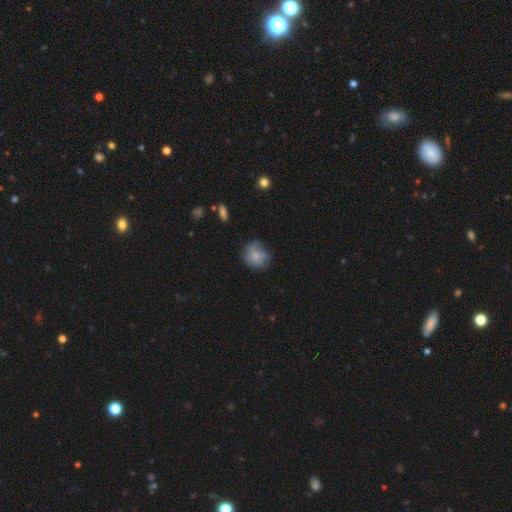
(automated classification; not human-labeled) Smooth or featured?
  - smooth: 72% *
  - featured or disk: 20%
  - star or artifact: 9%
How rounded?
  - round: 79% *
  - in between: 20%
  - cigar-shaped: 1%
Merging?
  - none: 59% *
  - minor disturbance: 29%
  - major disturbance: 9%
  - merger: 3%